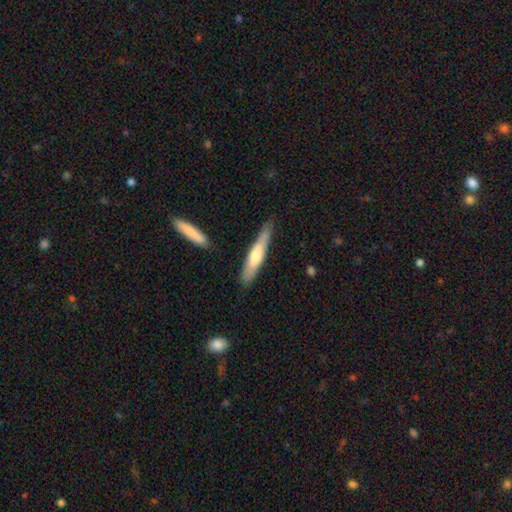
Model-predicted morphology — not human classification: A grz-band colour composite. It shows a smooth galaxy with no disk features (56%) that is cigar-shaped (88%). Merging: none (79%).